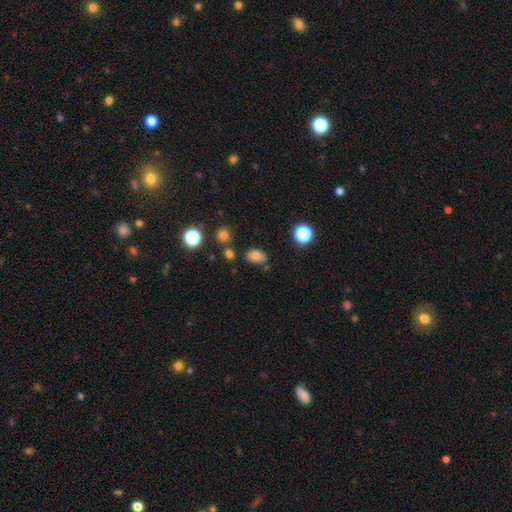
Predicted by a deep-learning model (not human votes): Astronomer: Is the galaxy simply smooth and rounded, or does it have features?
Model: smooth — 79%.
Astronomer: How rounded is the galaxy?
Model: in between — 84%.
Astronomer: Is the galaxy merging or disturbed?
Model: none — 74%.